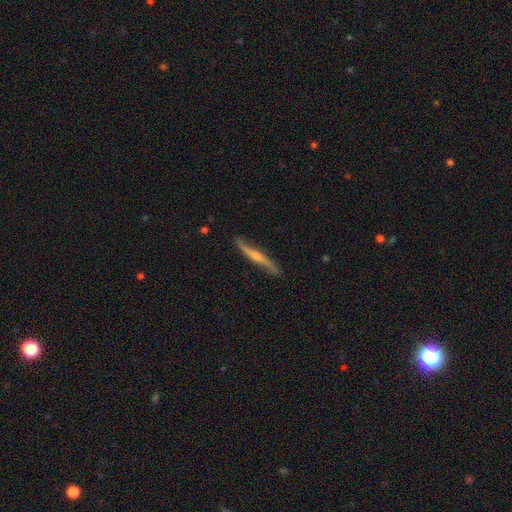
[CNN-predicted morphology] smooth_or_featured: featured or disk (p=0.73) [alt: smooth p=0.22]
disk_edge_on: yes (p=0.78) [alt: no p=0.22]
edge_on_bulge: rounded (p=0.63) [alt: none p=0.28]
merging: none (p=0.80) [alt: minor disturbance p=0.15]